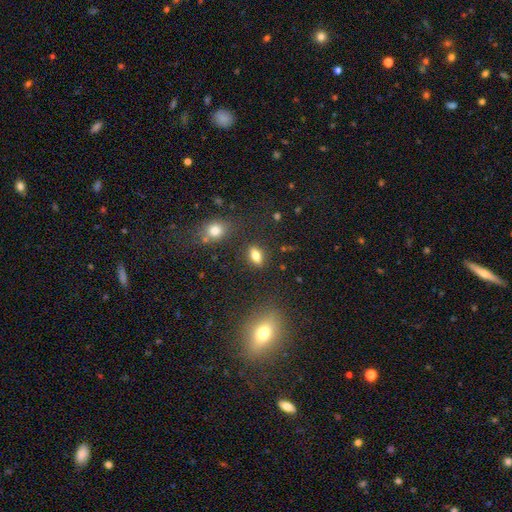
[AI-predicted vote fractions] This is likely a smooth galaxy (73%). How rounded: likely in between (79%). Merging: clearly none (83%).